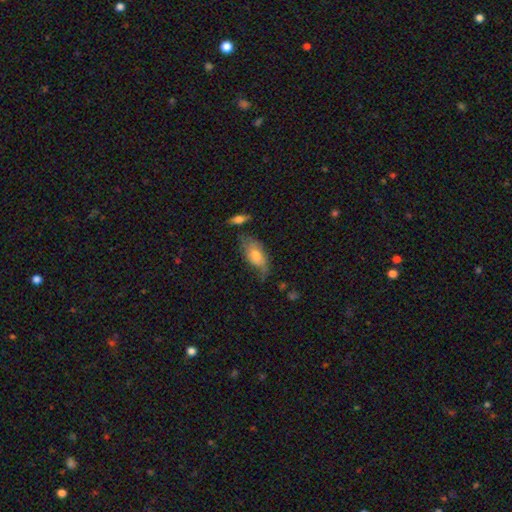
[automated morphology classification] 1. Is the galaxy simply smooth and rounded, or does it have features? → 67% smooth, 26% featured or disk, 7% star or artifact.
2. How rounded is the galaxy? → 88% in between, 8% cigar-shaped, 4% round.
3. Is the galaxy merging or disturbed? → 46% none, 34% minor disturbance, 15% major disturbance, 5% merger.